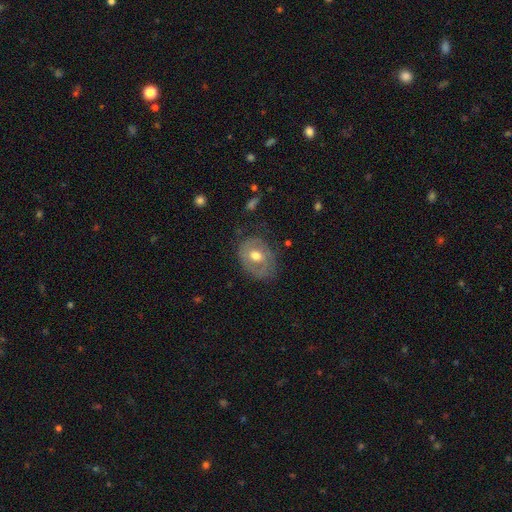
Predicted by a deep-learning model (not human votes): featured or disk 53%, smooth 40%, star or artifact 7%. Down the decision tree: edge-on disk — no (94%); bar — no (66%); spiral arms — no (59%); bulge size — moderate (76%); merging — none (64%).